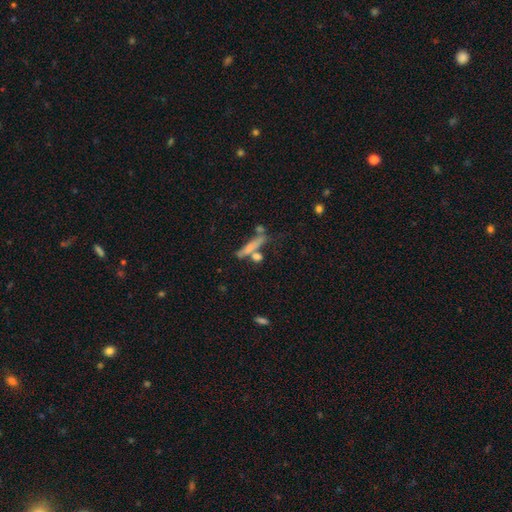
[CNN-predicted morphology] Smooth or featured? Predicted: star or artifact (p=0.39).